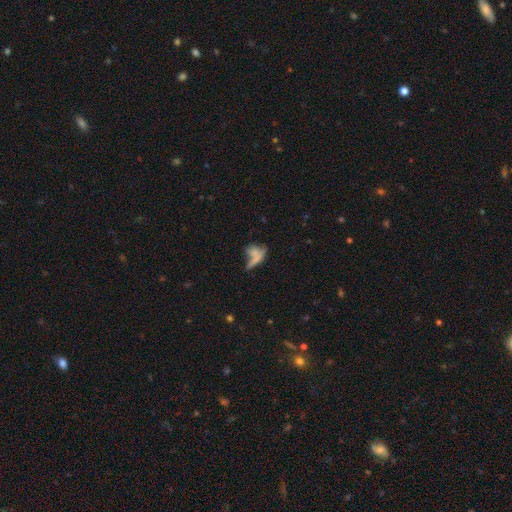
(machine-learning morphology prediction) A smooth galaxy with no disk features (59%) that is in between round and cigar-shaped (48%).

Vote fractions:
- Smooth or featured? smooth: 59% / featured or disk: 27% / star or artifact: 14%
- How rounded? in between: 48% / cigar-shaped: 34% / round: 17%
- Merging? merger: 42% / none: 33% / major disturbance: 13% / minor disturbance: 12%